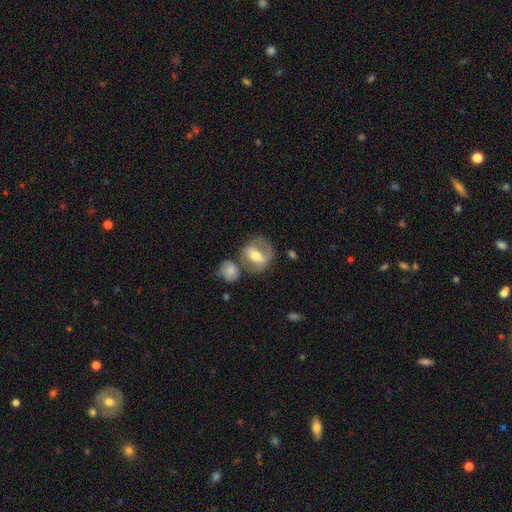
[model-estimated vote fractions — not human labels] Overall: featured or disk (54%; smooth 39%). Edge-on disk: no (90%). Merging: none (53%; merger 21%).